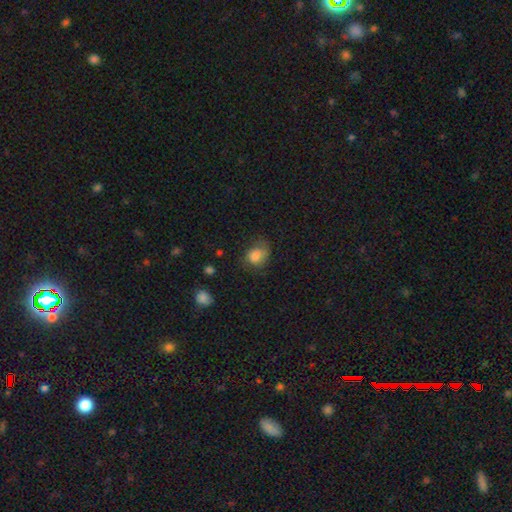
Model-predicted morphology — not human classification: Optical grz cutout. It shows a smooth galaxy with no disk features (80%) that is in between round and cigar-shaped (53%). Merging: none (49%).